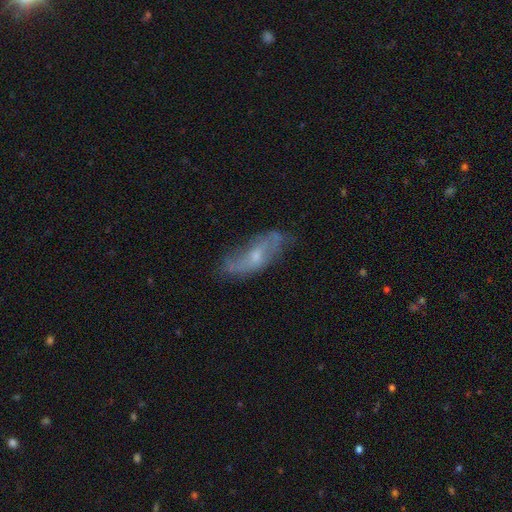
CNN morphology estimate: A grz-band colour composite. It shows a featured or disk galaxy (61%) with no bar (54%), spiral arms (67%) and a small central bulge (53%). Merging: none (57%).